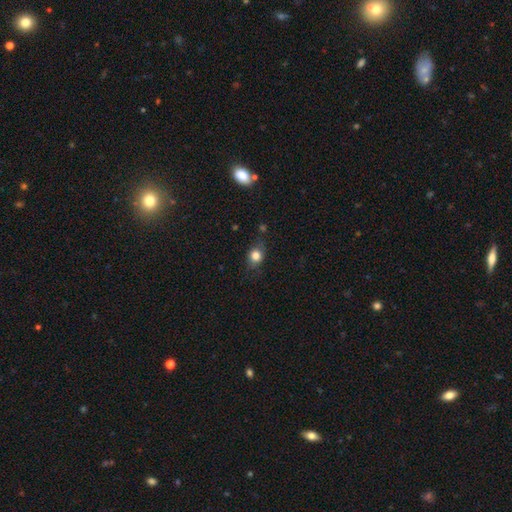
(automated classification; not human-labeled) A smooth galaxy with no disk features (79%) that is round (52%). Merging: none (70%).